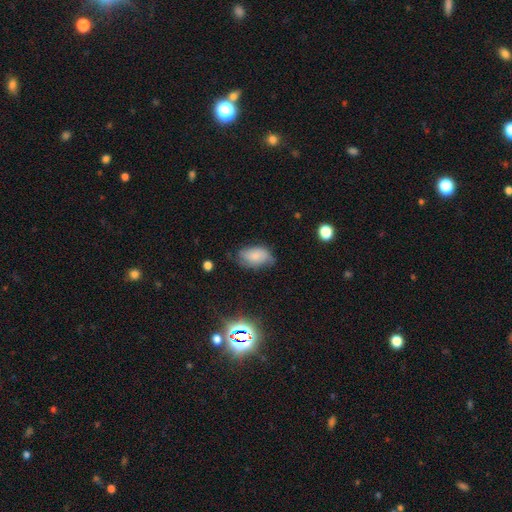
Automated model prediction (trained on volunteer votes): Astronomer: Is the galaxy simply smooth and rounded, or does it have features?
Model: smooth — 68%.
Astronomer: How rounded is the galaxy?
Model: in between — 92%.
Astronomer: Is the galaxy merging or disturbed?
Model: none — 55% (runner-up: minor disturbance, 33%).